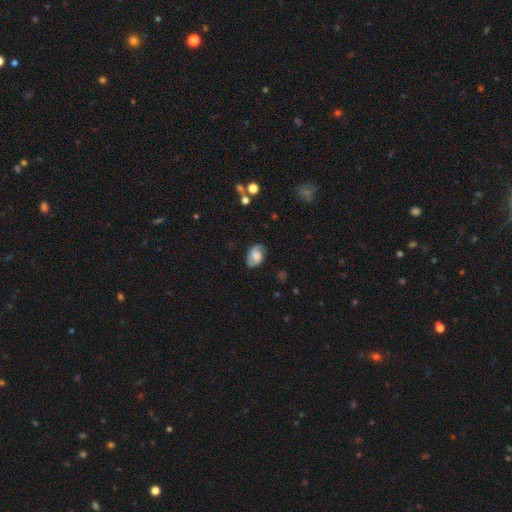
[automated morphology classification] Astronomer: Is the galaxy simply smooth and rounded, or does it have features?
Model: smooth — 54% (runner-up: featured or disk, 37%).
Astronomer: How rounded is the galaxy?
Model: in between — 83%.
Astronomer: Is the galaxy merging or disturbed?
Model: none — 69%.